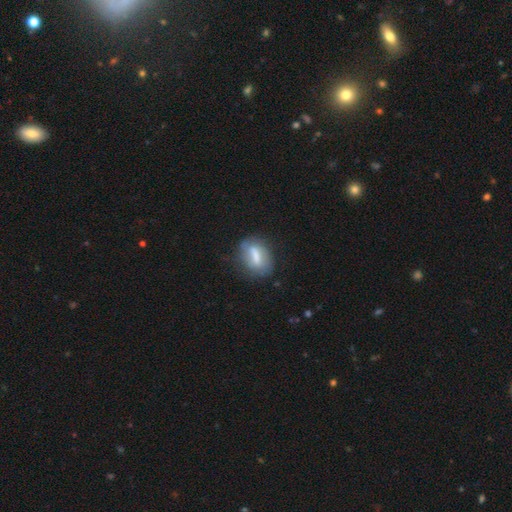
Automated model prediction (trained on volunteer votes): Morphology: type=smooth (57%); roundness=in between (69%); merging=none (65%).